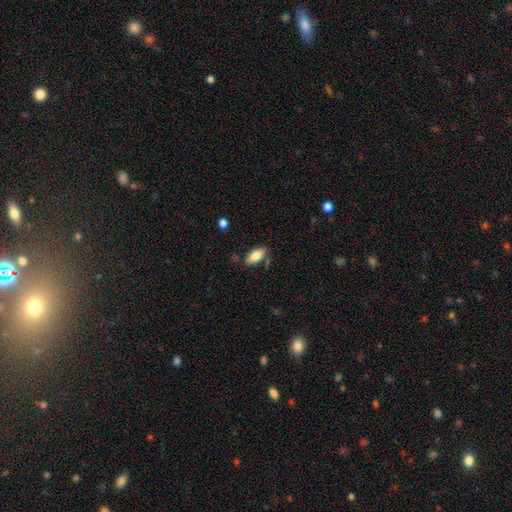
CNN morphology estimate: smooth 77%, featured or disk 16%, star or artifact 7%. Down the decision tree: how rounded — in between (88%); merging — none (78%).